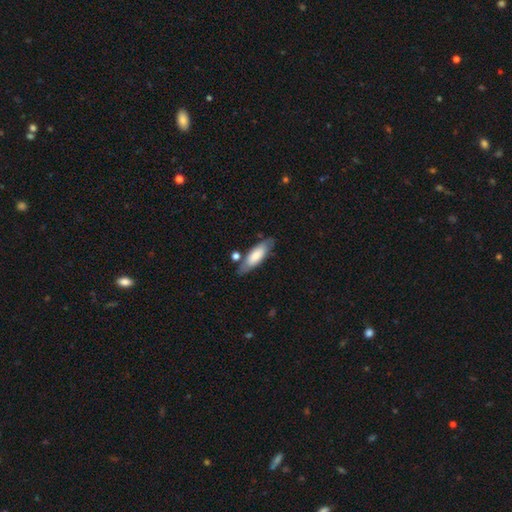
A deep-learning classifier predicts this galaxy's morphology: Smooth or featured? smooth (72%)
How rounded? in between (54%)
Merging? none (73%)